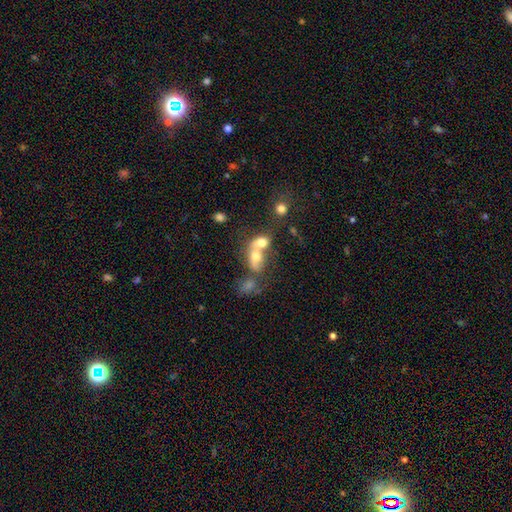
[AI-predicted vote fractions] Morphology: type=smooth (59%); roundness=in between (60%); merging=merger (68%).